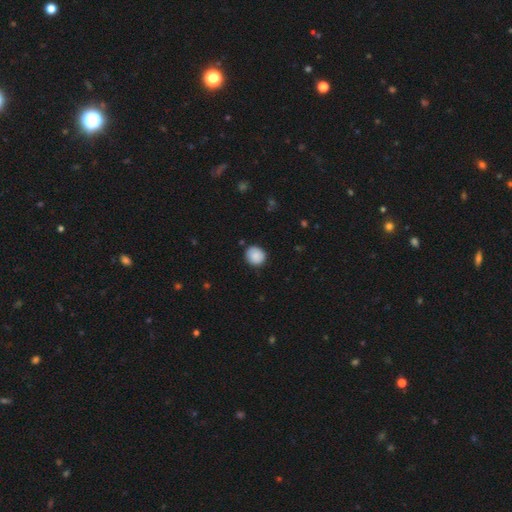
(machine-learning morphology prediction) This is clearly a smooth galaxy (88%). How rounded: clearly round (86%). Merging: clearly none (85%).